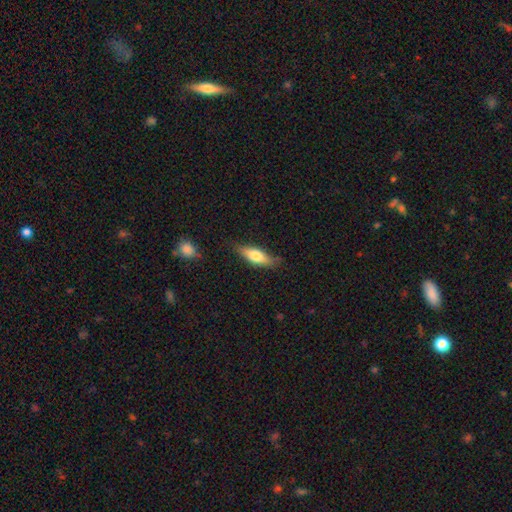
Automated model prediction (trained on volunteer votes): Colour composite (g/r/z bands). It shows a smooth galaxy with no disk features (61%) that is in between round and cigar-shaped (55%). Merging: none (78%).